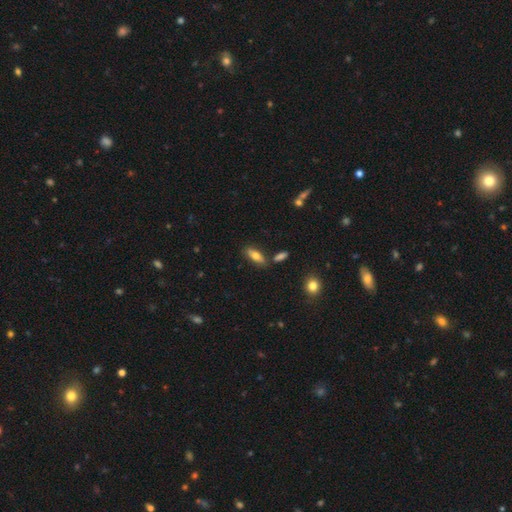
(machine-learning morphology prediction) A smooth galaxy with no disk features (69%) that is in between round and cigar-shaped (66%). Merging: none (79%).